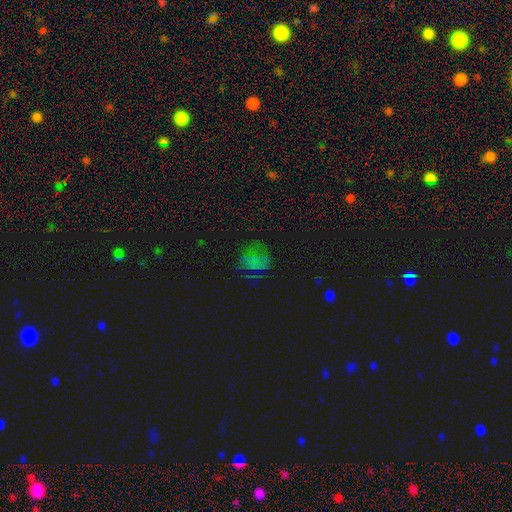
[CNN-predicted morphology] Smooth or featured? star or artifact (40%)